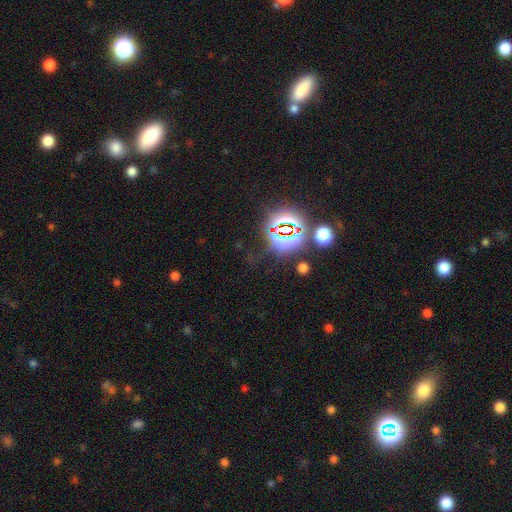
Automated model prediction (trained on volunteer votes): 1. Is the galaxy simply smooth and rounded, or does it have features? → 77% star or artifact, 15% smooth, 9% featured or disk.